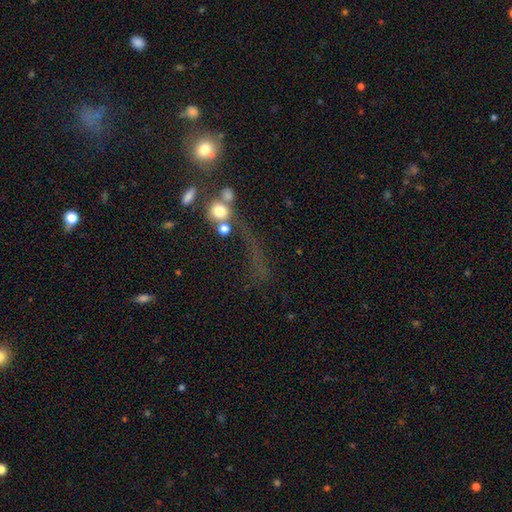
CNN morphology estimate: star or artifact 49%, smooth 29%, featured or disk 22%.